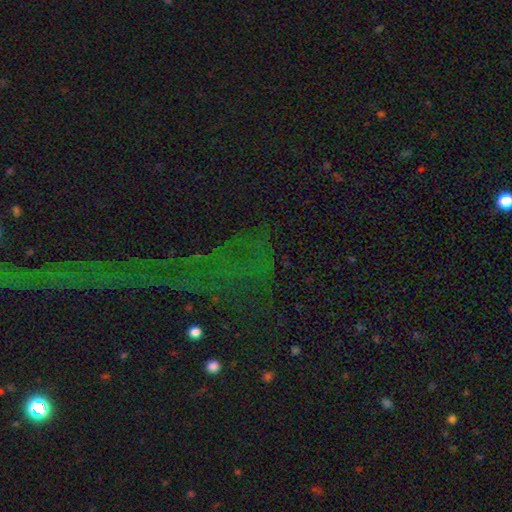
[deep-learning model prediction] Smooth or featured? star or artifact (80%)